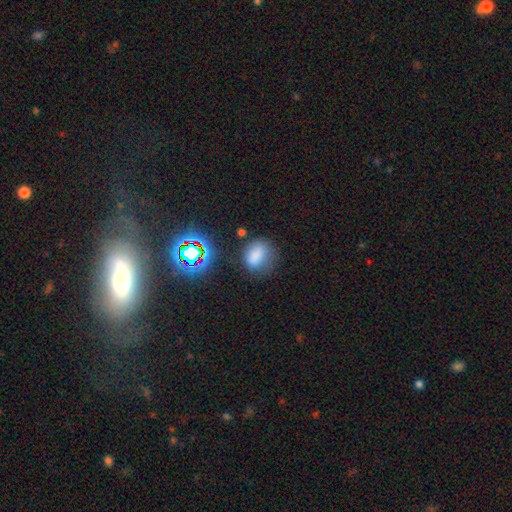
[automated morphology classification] This appears to be a smooth galaxy with no disk features (74%) that is in between round and cigar-shaped (63%). Merging: none (60%).